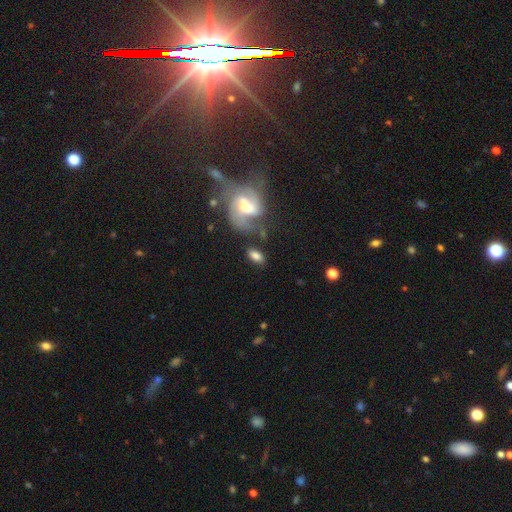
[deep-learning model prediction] A smooth galaxy with no disk features (69%) that is in between round and cigar-shaped (88%).

Vote fractions:
- Smooth or featured? smooth: 69% / featured or disk: 22% / star or artifact: 8%
- How rounded? in between: 88% / round: 8% / cigar-shaped: 4%
- Merging? none: 64% / minor disturbance: 16% / merger: 11% / major disturbance: 9%